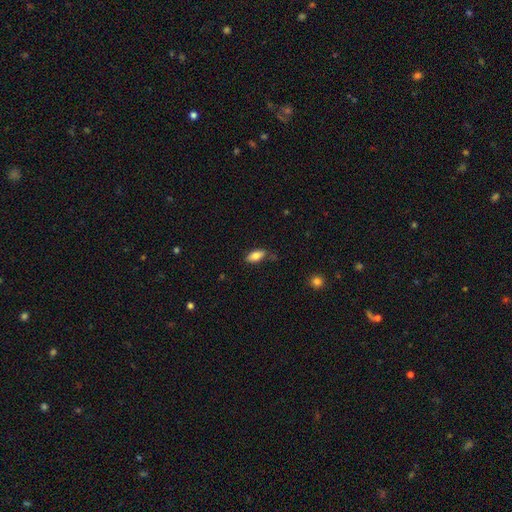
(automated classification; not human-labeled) A smooth galaxy with no disk features (81%) that is in between round and cigar-shaped (84%).

Vote fractions:
- Smooth or featured? smooth: 81% / featured or disk: 12% / star or artifact: 7%
- How rounded? in between: 84% / cigar-shaped: 13% / round: 2%
- Merging? none: 71% / minor disturbance: 21% / major disturbance: 5% / merger: 3%